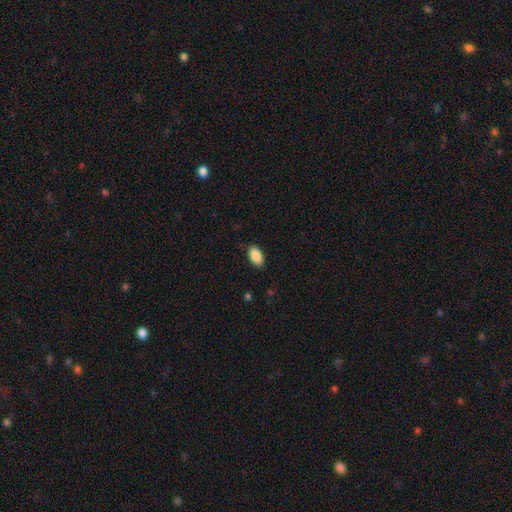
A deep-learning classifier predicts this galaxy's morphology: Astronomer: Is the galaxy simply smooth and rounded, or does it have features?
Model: smooth — 89%.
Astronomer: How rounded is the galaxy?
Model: in between — 94%.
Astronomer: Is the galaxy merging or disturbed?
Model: none — 86%.